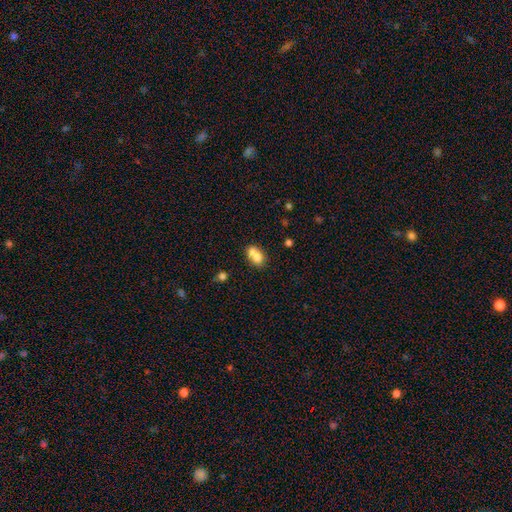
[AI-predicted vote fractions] Smooth or featured? Predicted: smooth (p=0.72). How rounded? Predicted: in between (p=0.66). Merging? Predicted: merger (p=0.60).